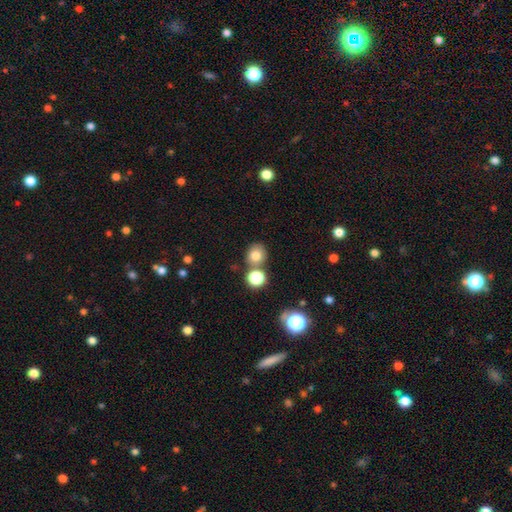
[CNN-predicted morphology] smooth 77%, star or artifact 15%, featured or disk 9%. Down the decision tree: how rounded — round (80%); merging — none (67%).